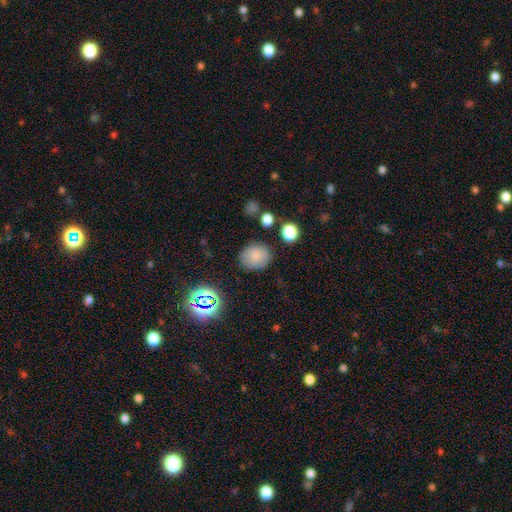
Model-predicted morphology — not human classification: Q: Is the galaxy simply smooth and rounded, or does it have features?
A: smooth — 81%.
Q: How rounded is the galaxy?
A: round — 68%.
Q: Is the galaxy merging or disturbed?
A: none — 82%.